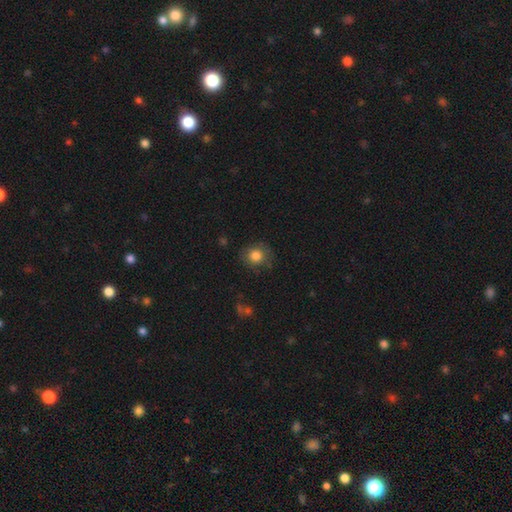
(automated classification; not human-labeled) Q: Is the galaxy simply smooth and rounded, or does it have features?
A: smooth — 81%.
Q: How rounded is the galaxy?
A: round — 84%.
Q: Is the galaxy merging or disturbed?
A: none — 77%.